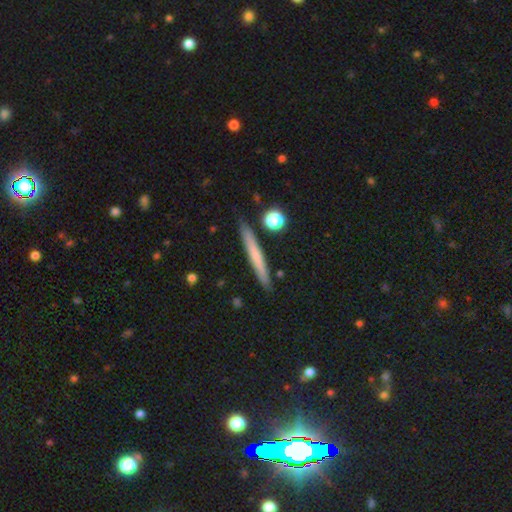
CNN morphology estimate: Smooth or featured?
  - smooth: 56% *
  - featured or disk: 37%
  - star or artifact: 7%
How rounded?
  - cigar-shaped: 96% *
  - in between: 3%
  - round: 2%
Merging?
  - none: 88% *
  - minor disturbance: 8%
  - merger: 2%
  - major disturbance: 2%